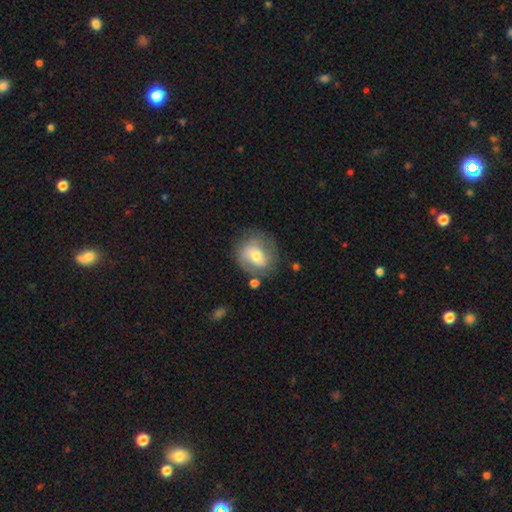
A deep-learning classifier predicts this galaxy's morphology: featured or disk 53%, smooth 39%, star or artifact 8%. Down the decision tree: edge-on disk — no (97%); bar — no (56%); spiral arms — yes (77%); bulge size — moderate (63%); merging — none (65%).